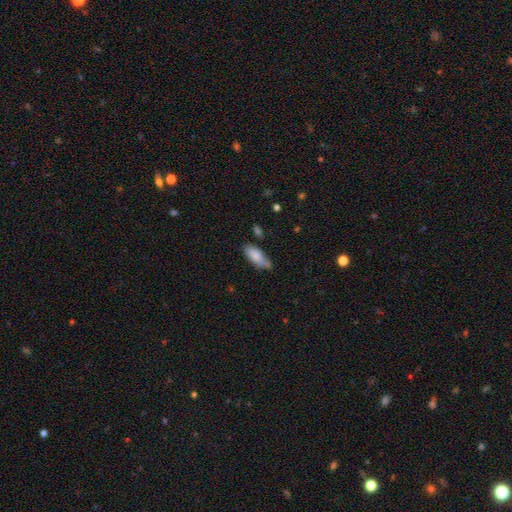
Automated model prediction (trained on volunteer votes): Smooth or featured: smooth — 82% (featured or disk — 11%)
How rounded: in between — 73% (cigar-shaped — 25%)
Merging: none — 58% (minor disturbance — 31%)